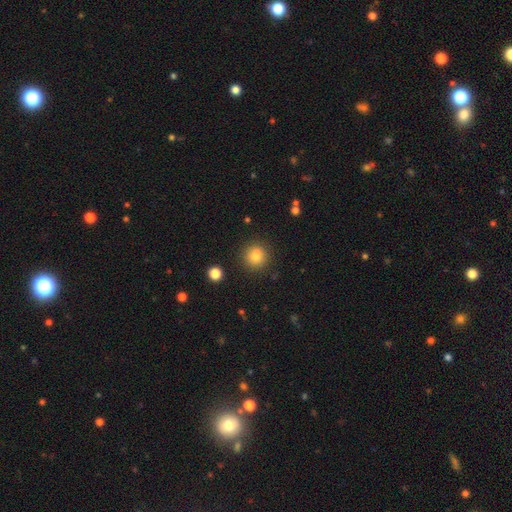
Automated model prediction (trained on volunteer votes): Smooth or featured? Predicted: smooth (p=0.81). How rounded? Predicted: round (p=0.90). Merging? Predicted: none (p=0.85).